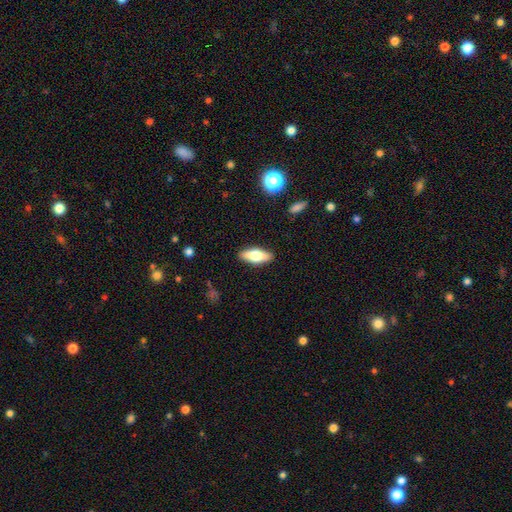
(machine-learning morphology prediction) Overall: smooth (62%; featured or disk 32%). How rounded: in between (69%). Merging: none (88%).